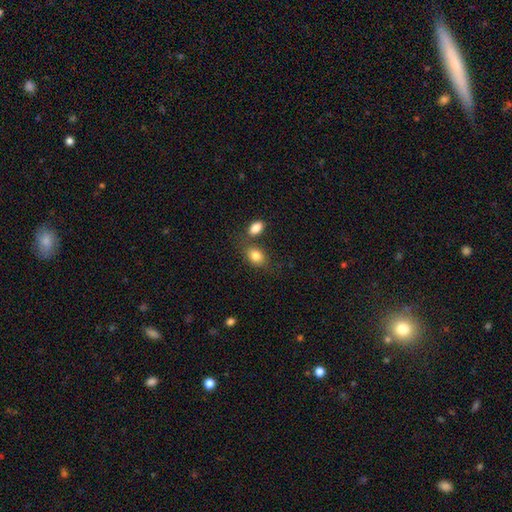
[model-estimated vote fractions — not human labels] smooth-or-featured: smooth: 83% | star or artifact: 9% | featured or disk: 8%
  how-rounded: in between: 77% | round: 22% | cigar-shaped: 2%
  merging: none: 60% | merger: 22% | minor disturbance: 14% | major disturbance: 5%